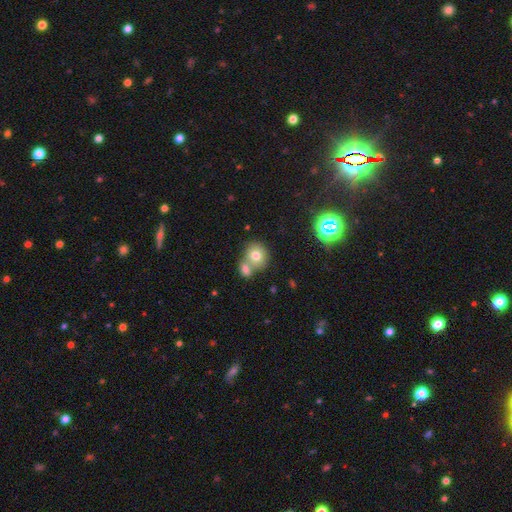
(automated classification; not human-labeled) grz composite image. It shows a smooth galaxy with no disk features (74%) that is round (81%). Merging: merger (45%).